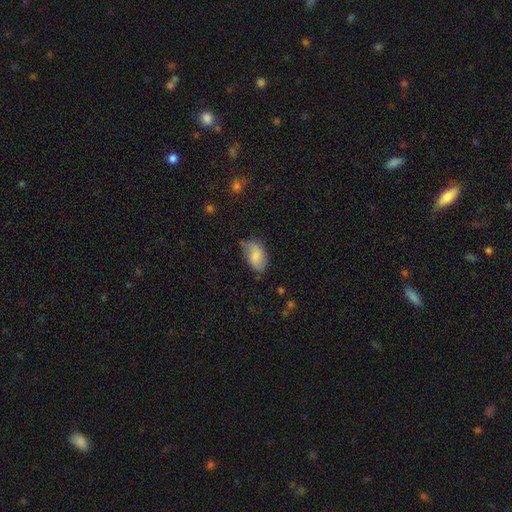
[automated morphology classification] smooth-or-featured: smooth: 76% | featured or disk: 16% | star or artifact: 7%
  how-rounded: in between: 92% | round: 6% | cigar-shaped: 2%
  merging: none: 55% | minor disturbance: 34% | major disturbance: 9% | merger: 2%